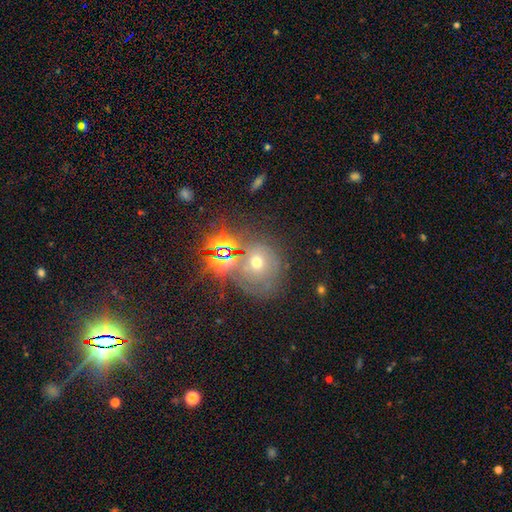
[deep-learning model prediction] This appears to be a star or artifact, not a galaxy (46%).